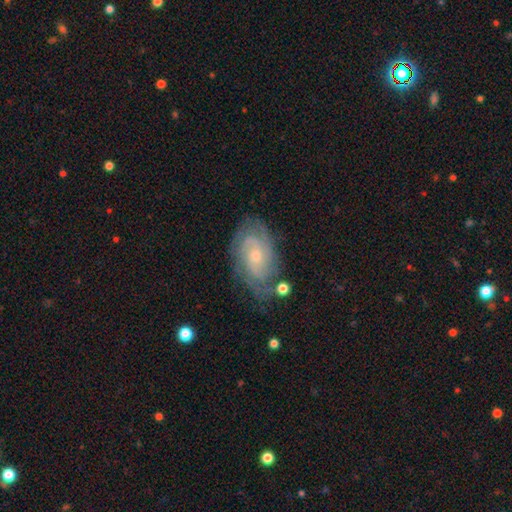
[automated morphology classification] Smooth or featured?
  - featured or disk: 82% *
  - smooth: 12%
  - star or artifact: 6%
Edge-on disk?
  - no: 96% *
  - yes: 4%
Bar?
  - no: 67% *
  - weak: 28%
  - strong: 5%
Spiral arms?
  - yes: 94% *
  - no: 6%
Spiral winding?
  - tight: 60% *
  - medium: 32%
  - loose: 8%
Spiral arm count?
  - can't tell: 32% *
  - 2: 30%
  - 3: 21%
  - 4: 9%
  - 1: 5%
  - more than 4: 5%
Bulge size?
  - small: 65% *
  - moderate: 31%
  - none: 2%
  - large: 1%
  - dominant: 1%
Merging?
  - none: 70% *
  - minor disturbance: 20%
  - major disturbance: 7%
  - merger: 3%